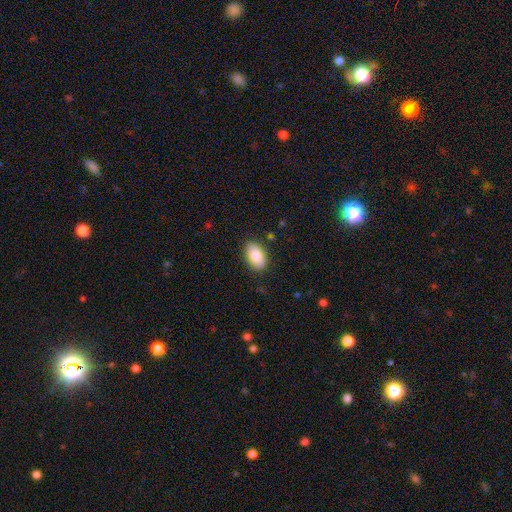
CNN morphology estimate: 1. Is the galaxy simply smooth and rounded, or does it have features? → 85% smooth, 8% featured or disk, 6% star or artifact.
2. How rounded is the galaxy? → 93% in between, 5% round, 2% cigar-shaped.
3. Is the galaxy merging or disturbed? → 87% none, 10% minor disturbance, 2% major disturbance, 1% merger.